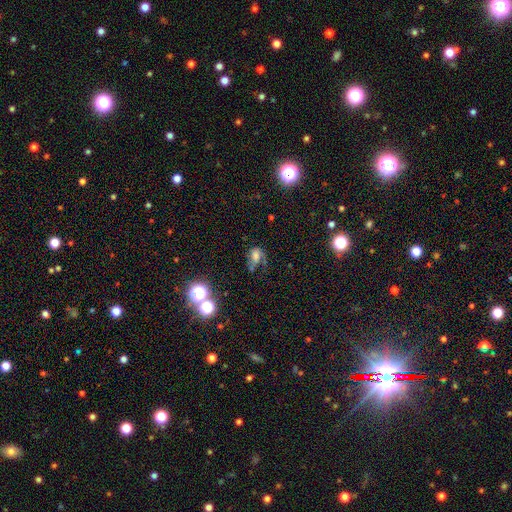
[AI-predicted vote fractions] The model was most divided on "merging": major disturbance: 34%, none: 33%, minor disturbance: 25%, merger: 8%. Remaining: smooth or featured — smooth (50%).